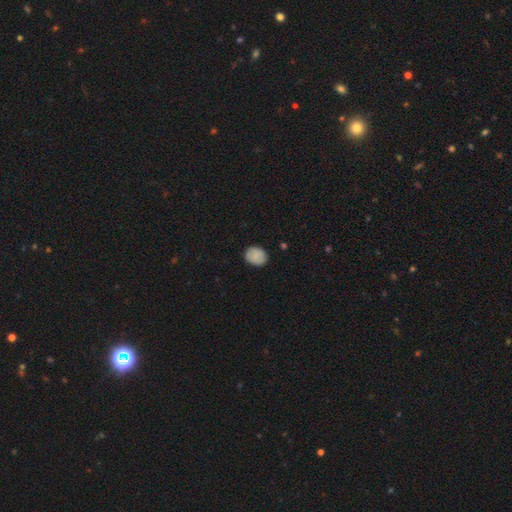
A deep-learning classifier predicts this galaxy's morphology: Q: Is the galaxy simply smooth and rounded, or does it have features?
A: smooth — 85%.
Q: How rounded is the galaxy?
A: round — 59%.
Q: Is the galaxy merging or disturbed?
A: none — 85%.